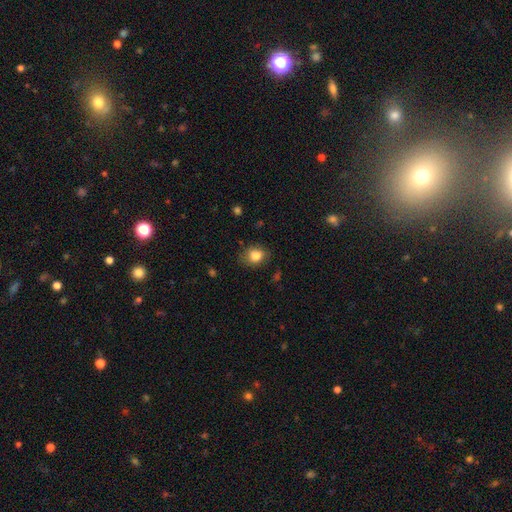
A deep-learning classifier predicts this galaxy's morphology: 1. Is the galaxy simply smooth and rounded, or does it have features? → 84% smooth, 9% star or artifact, 7% featured or disk.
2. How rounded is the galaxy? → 51% round, 48% in between, 1% cigar-shaped.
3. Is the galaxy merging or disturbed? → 77% none, 17% minor disturbance, 4% major disturbance, 1% merger.